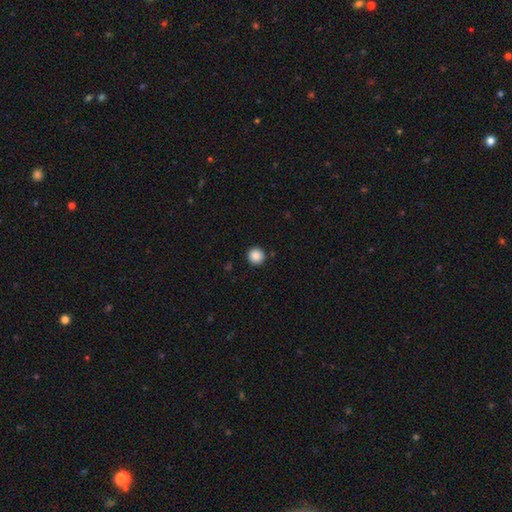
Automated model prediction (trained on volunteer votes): smooth-or-featured: smooth: 88% | star or artifact: 10% | featured or disk: 2%
  how-rounded: round: 95% | in between: 4% | cigar-shaped: 1%
  merging: none: 91% | minor disturbance: 5% | major disturbance: 2% | merger: 2%